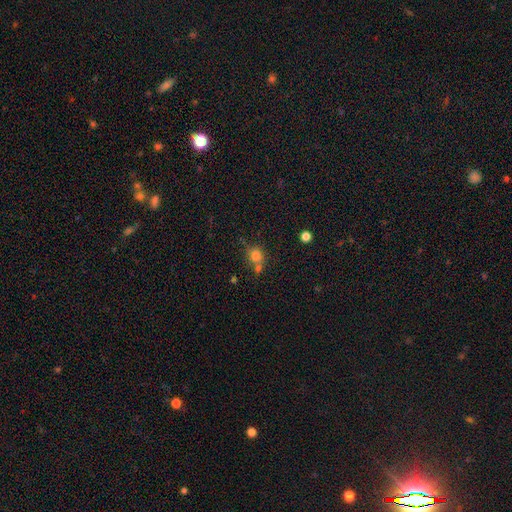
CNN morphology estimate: type=smooth (80%); roundness=round (77%); merging=none (52%).